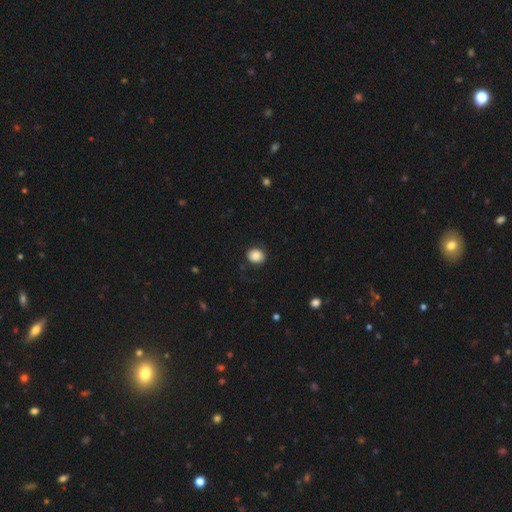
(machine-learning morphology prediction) The model was most divided on "how rounded": round: 61%, in between: 38%, cigar-shaped: 1%. More confident: smooth or featured — smooth (87%); merging — none (85%).